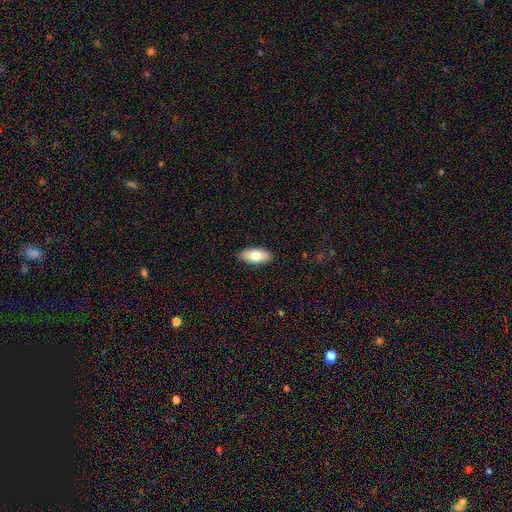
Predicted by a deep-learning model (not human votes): A smooth galaxy with no disk features (80%) that is in between round and cigar-shaped (89%). Merging: none (90%).